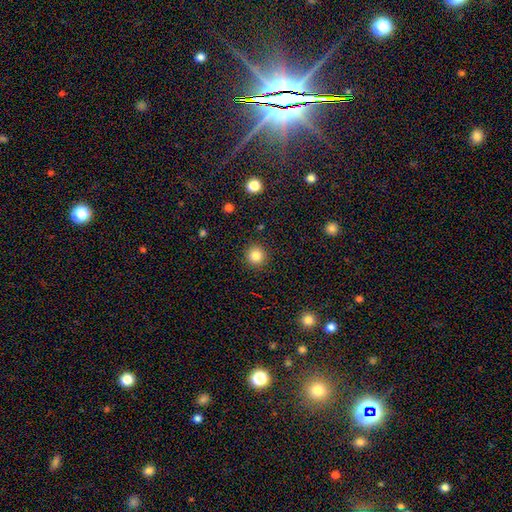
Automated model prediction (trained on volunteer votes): Smooth or featured?
  - smooth: 84% *
  - star or artifact: 11%
  - featured or disk: 5%
How rounded?
  - round: 94% *
  - in between: 5%
  - cigar-shaped: 1%
Merging?
  - none: 91% *
  - minor disturbance: 6%
  - major disturbance: 2%
  - merger: 1%